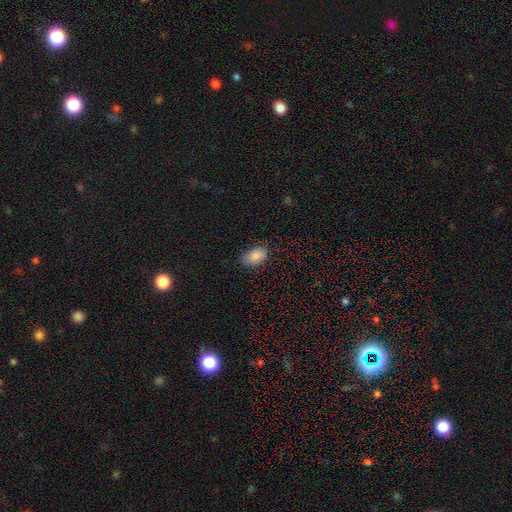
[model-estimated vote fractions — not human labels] A smooth galaxy with no disk features (86%) that is in between round and cigar-shaped (89%).

Vote fractions:
- Smooth or featured? smooth: 86% / star or artifact: 8% / featured or disk: 6%
- How rounded? in between: 89% / round: 9% / cigar-shaped: 1%
- Merging? none: 79% / minor disturbance: 16% / major disturbance: 3% / merger: 1%